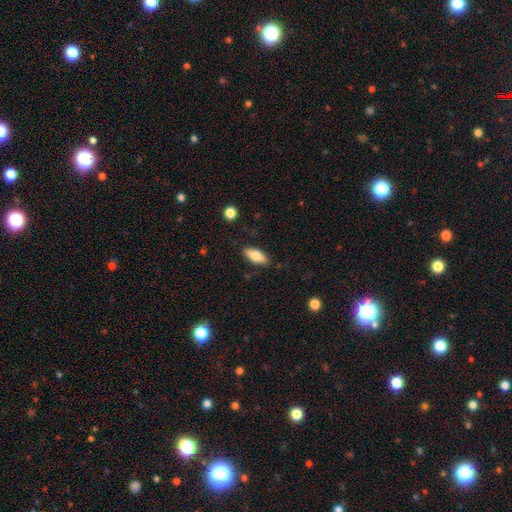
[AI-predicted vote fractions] smooth 79%, featured or disk 14%, star or artifact 7%. Down the decision tree: how rounded — in between (78%); merging — none (85%).